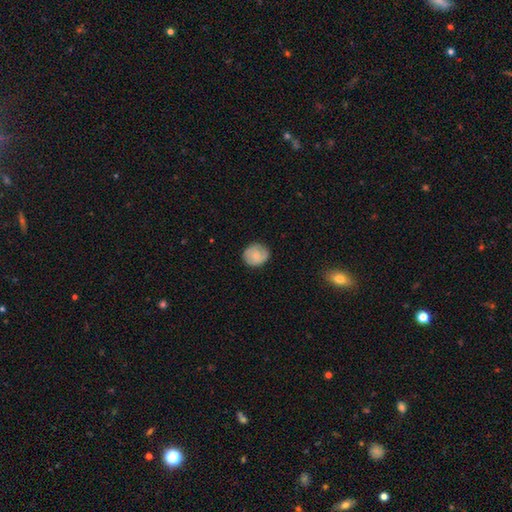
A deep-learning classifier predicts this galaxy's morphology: smooth-or-featured: smooth: 71% | featured or disk: 22% | star or artifact: 7%
  how-rounded: round: 81% | in between: 18% | cigar-shaped: 1%
  merging: none: 82% | minor disturbance: 14% | major disturbance: 3% | merger: 1%